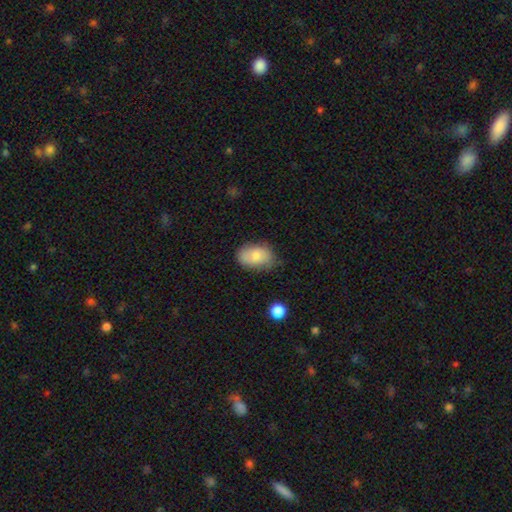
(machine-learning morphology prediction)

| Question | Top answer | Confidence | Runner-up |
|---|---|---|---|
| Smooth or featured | smooth | 78% | featured or disk (15%) |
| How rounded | in between | 88% | round (11%) |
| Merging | none | 65% | minor disturbance (27%) |